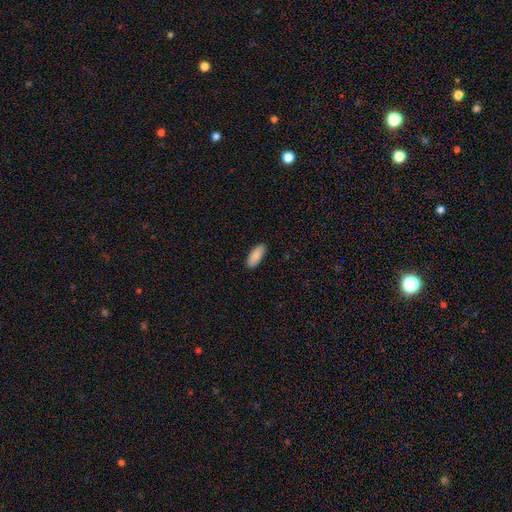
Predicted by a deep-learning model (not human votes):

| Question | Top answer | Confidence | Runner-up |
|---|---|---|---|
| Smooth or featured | smooth | 89% | star or artifact (6%) |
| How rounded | in between | 84% | cigar-shaped (14%) |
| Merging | none | 88% | minor disturbance (9%) |